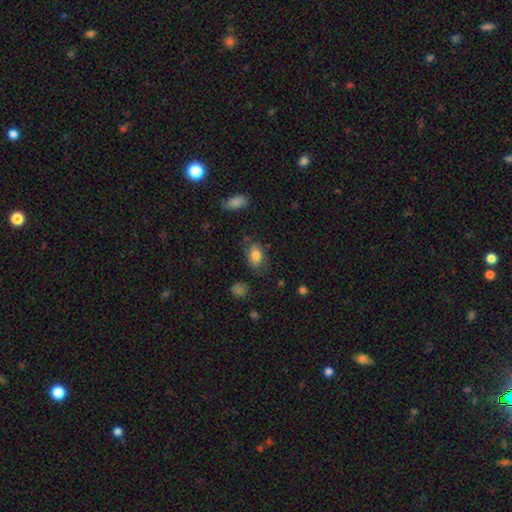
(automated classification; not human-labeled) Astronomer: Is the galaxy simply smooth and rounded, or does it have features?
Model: smooth — 76%.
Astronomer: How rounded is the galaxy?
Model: in between — 87%.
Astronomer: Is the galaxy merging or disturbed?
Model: none — 64%.